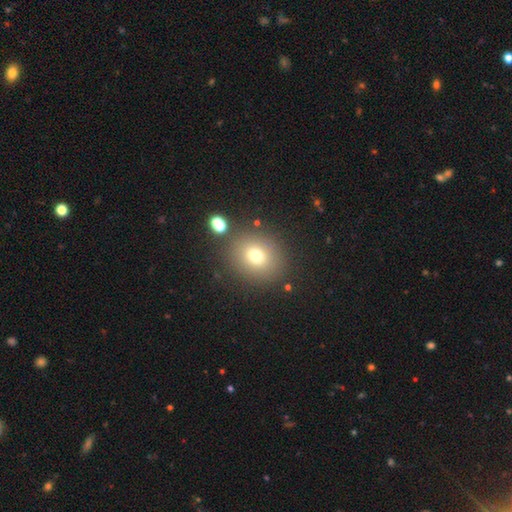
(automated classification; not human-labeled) Smooth or featured? Predicted: smooth (p=0.73). How rounded? Predicted: round (p=0.72). Merging? Predicted: none (p=0.82).